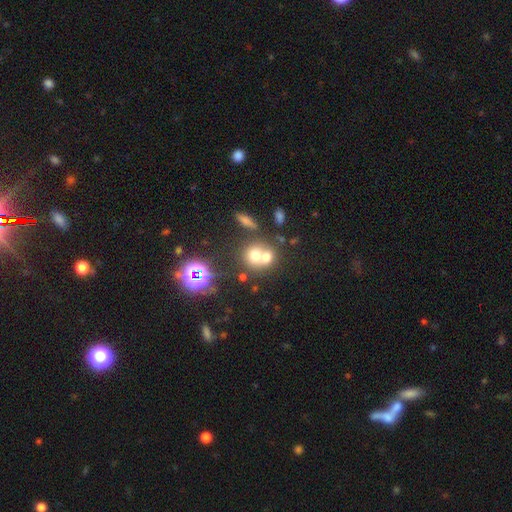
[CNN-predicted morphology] Smooth or featured? Predicted: smooth (p=0.62). How rounded? Predicted: round (p=0.76). Merging? Predicted: merger (p=0.59).